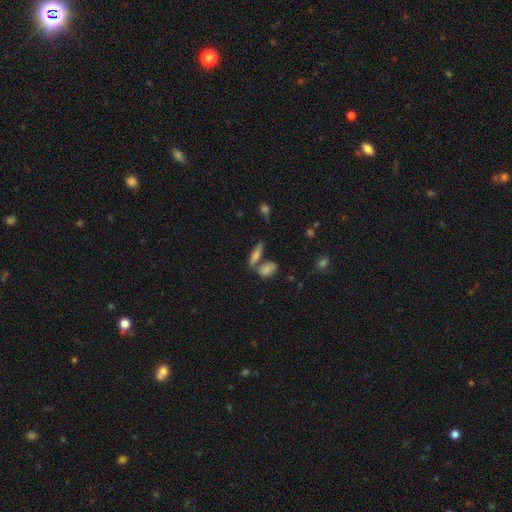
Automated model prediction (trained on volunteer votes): This is likely a smooth galaxy (63%). How rounded: possibly cigar-shaped (51%). Merging: possibly none (53%).